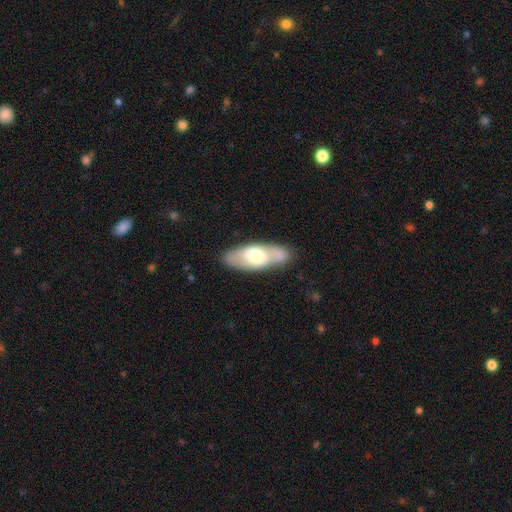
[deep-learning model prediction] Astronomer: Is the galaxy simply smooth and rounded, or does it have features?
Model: smooth — 54% (runner-up: featured or disk, 40%).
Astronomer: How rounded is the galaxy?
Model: in between — 76%.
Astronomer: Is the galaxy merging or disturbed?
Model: none — 74%.